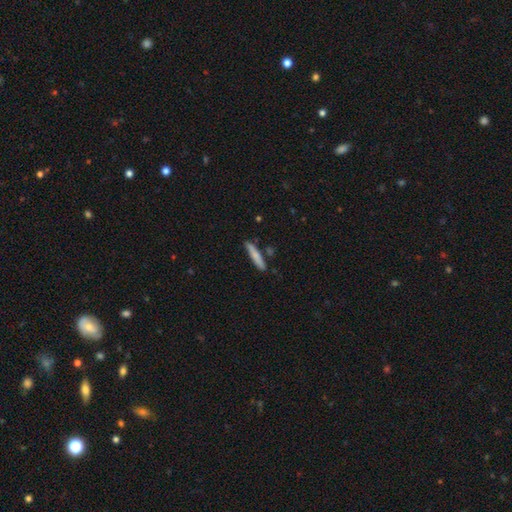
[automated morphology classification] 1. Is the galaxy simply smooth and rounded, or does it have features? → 73% smooth, 21% featured or disk, 6% star or artifact.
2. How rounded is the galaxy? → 90% cigar-shaped, 8% in between, 2% round.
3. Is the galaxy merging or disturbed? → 80% none, 13% minor disturbance, 5% merger, 2% major disturbance.